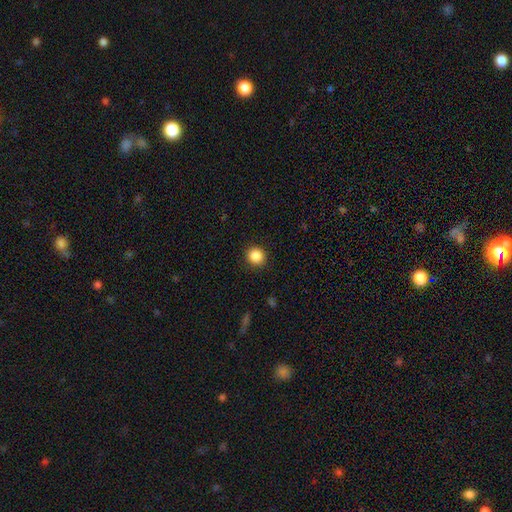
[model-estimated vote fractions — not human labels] smooth 87%, star or artifact 10%, featured or disk 3%. Down the decision tree: how rounded — round (89%); merging — none (90%).